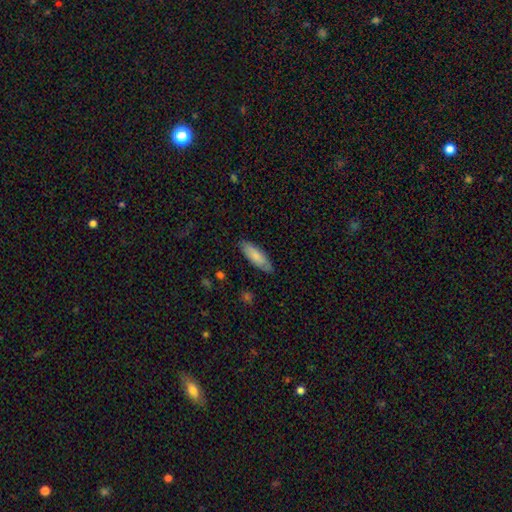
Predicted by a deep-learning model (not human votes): Overall: smooth (81%). How rounded: in between (55%; cigar-shaped 43%). Merging: none (85%).